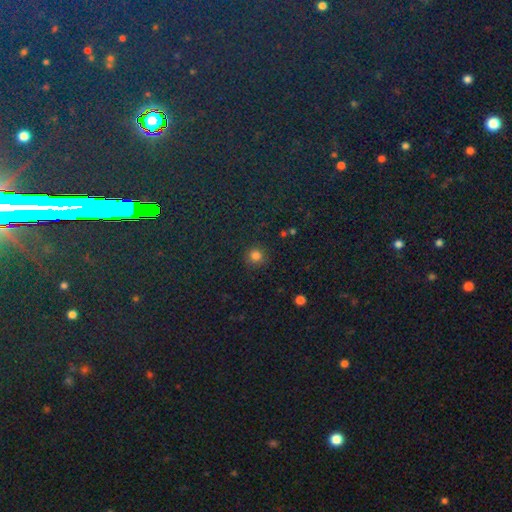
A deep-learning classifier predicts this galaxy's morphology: Q: Smooth or featured?
A: smooth (80%); runner-up: star or artifact (15%)
Q: How rounded?
A: round (91%); runner-up: in between (8%)
Q: Merging?
A: none (86%); runner-up: minor disturbance (9%)